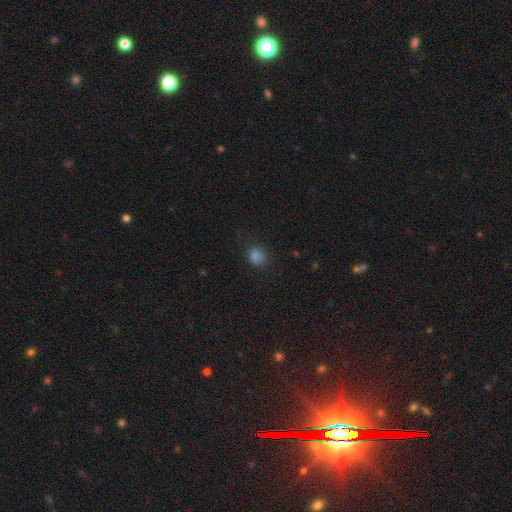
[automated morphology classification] Smooth or featured? Predicted: smooth (p=0.81). How rounded? Predicted: round (p=0.66). Merging? Predicted: none (p=0.78).